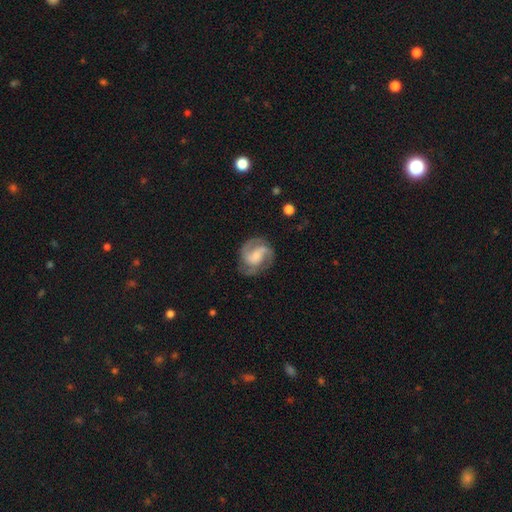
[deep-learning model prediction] Smooth or featured?
  - featured or disk: 83% *
  - smooth: 12%
  - star or artifact: 5%
Edge-on disk?
  - no: 98% *
  - yes: 2%
Bar?
  - no: 48% *
  - weak: 39%
  - strong: 13%
Spiral arms?
  - yes: 96% *
  - no: 4%
Spiral winding?
  - medium: 51% *
  - tight: 34%
  - loose: 15%
Spiral arm count?
  - 2: 42% *
  - 3: 40%
  - can't tell: 8%
  - 4: 4%
  - 1: 3%
  - more than 4: 3%
Bulge size?
  - small: 54% *
  - moderate: 33%
  - none: 7%
  - large: 5%
  - dominant: 1%
Merging?
  - none: 74% *
  - minor disturbance: 16%
  - major disturbance: 8%
  - merger: 1%